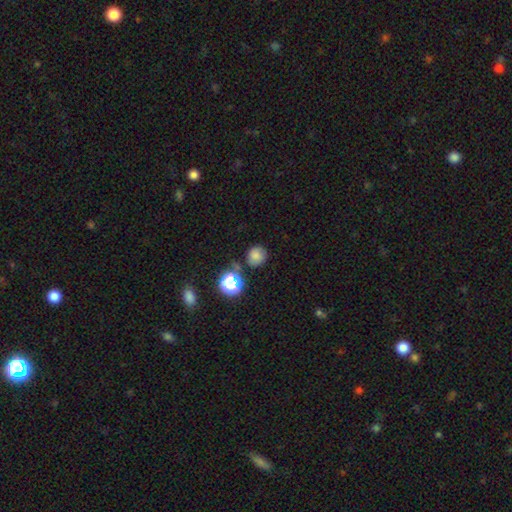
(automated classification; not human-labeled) smooth_or_featured: smooth (p=0.74) [alt: star or artifact p=0.18]
how_rounded: round (p=0.88) [alt: in between p=0.11]
merging: none (p=0.76) [alt: minor disturbance p=0.14]